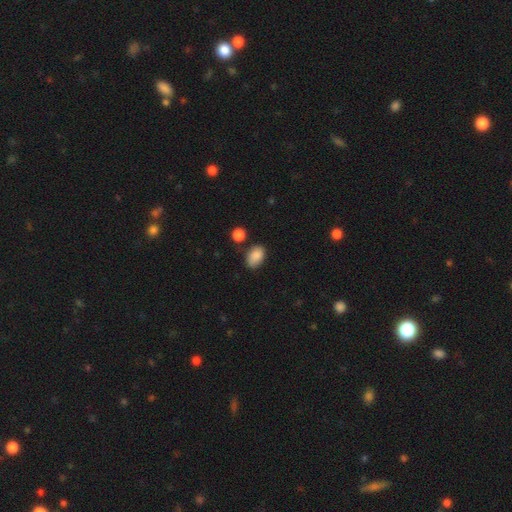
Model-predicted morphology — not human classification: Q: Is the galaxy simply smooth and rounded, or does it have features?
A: smooth — 87%.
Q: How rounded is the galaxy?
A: in between — 86%.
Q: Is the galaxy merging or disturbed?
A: none — 71%.